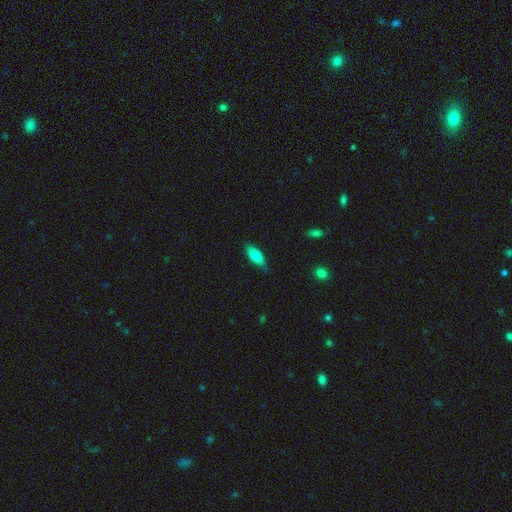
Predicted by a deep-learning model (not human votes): smooth 74%, featured or disk 20%, star or artifact 7%. Down the decision tree: how rounded — in between (70%); merging — none (72%).